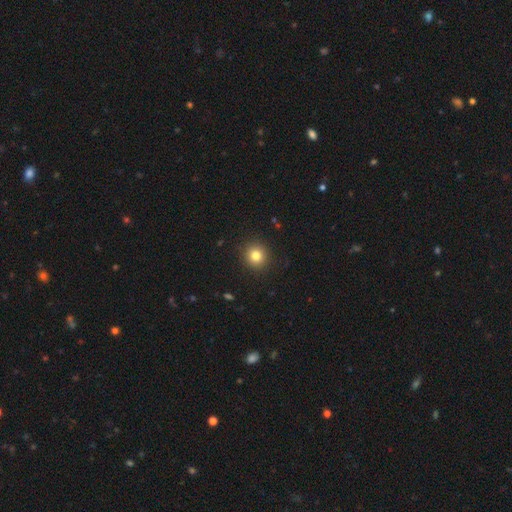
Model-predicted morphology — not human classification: Smooth or featured? Predicted: smooth (p=0.81). How rounded? Predicted: round (p=0.92). Merging? Predicted: none (p=0.91).